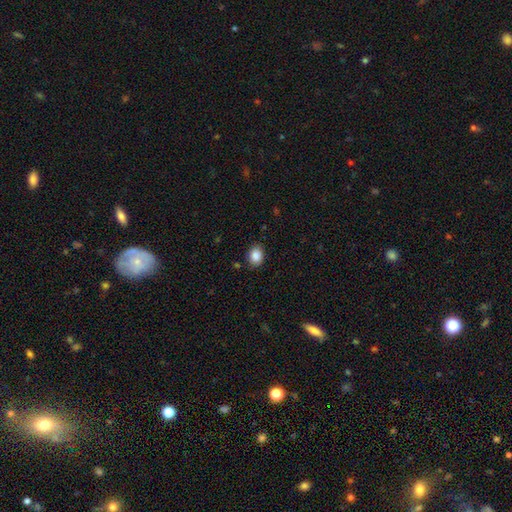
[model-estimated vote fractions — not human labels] Smooth or featured? Predicted: smooth (p=0.87). How rounded? Predicted: in between (p=0.63). Merging? Predicted: none (p=0.83).